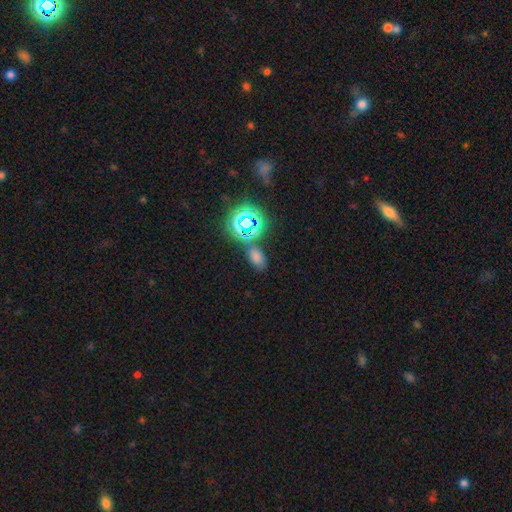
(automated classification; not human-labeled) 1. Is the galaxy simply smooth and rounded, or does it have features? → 56% smooth, 37% star or artifact, 8% featured or disk.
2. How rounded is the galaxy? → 82% in between, 15% round, 3% cigar-shaped.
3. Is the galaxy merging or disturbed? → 72% none, 14% minor disturbance, 9% merger, 5% major disturbance.